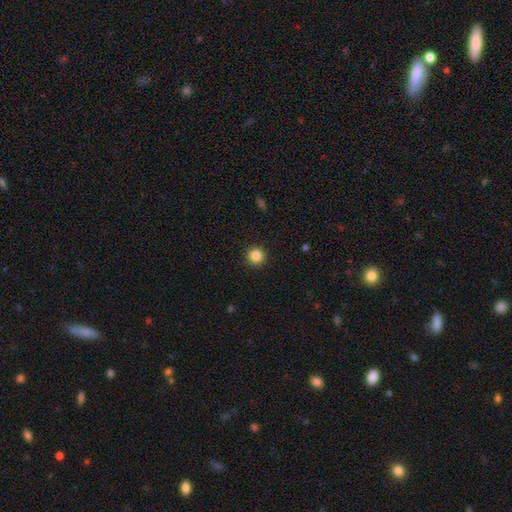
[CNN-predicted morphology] type=smooth (86%); roundness=round (95%); merging=none (92%).